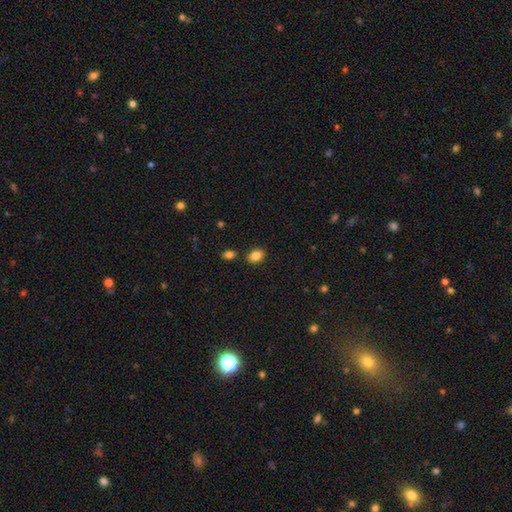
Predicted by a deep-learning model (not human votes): Morphology: type=smooth (86%); roundness=in between (80%); merging=none (79%).